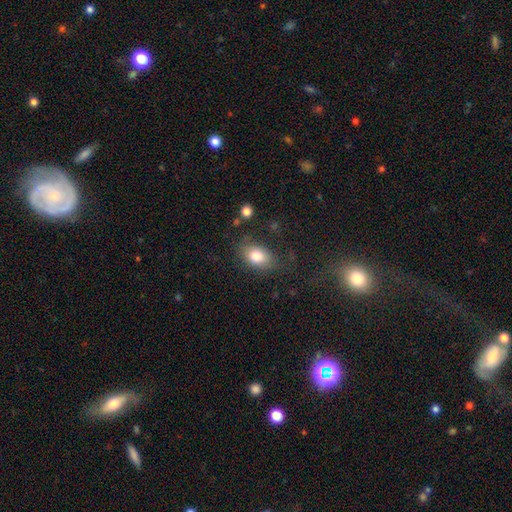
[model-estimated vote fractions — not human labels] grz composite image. It shows a smooth galaxy with no disk features (81%) that is in between round and cigar-shaped (81%). Merging: none (70%).